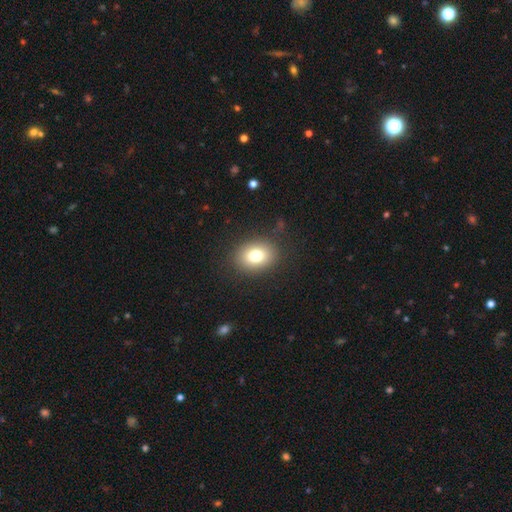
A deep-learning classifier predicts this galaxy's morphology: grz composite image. It shows a smooth galaxy with no disk features (78%) that is in between round and cigar-shaped (61%). Merging: none (87%).